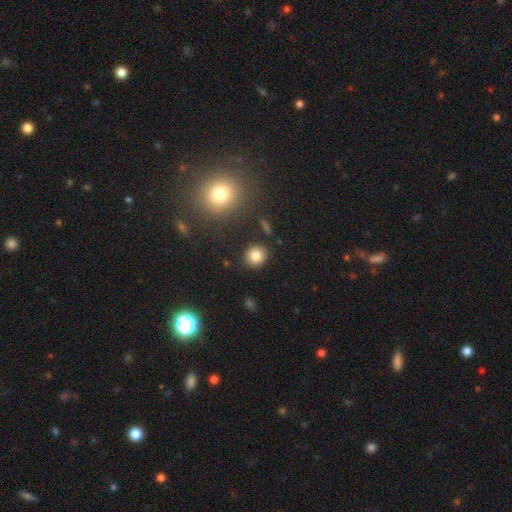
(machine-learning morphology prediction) smooth 83%, star or artifact 10%, featured or disk 7%. Down the decision tree: how rounded — round (85%); merging — none (89%).